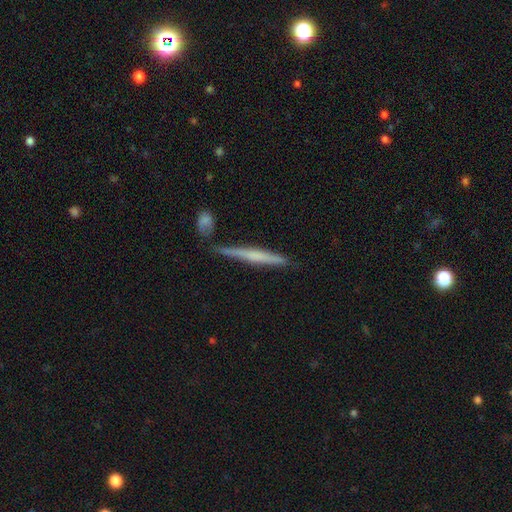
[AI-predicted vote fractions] Smooth or featured?
  - featured or disk: 51% *
  - smooth: 43%
  - star or artifact: 6%
Edge-on disk?
  - yes: 96% *
  - no: 4%
Merging?
  - none: 78% *
  - minor disturbance: 11%
  - merger: 7%
  - major disturbance: 3%